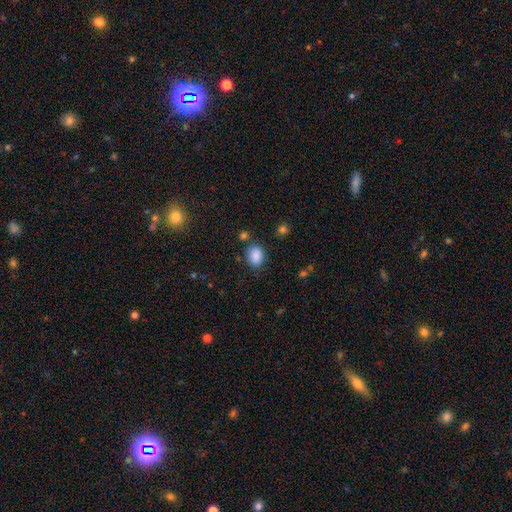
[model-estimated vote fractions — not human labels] A smooth galaxy with no disk features (87%) that is in between round and cigar-shaped (69%).

Vote fractions:
- Smooth or featured? smooth: 87% / star or artifact: 9% / featured or disk: 4%
- How rounded? in between: 69% / round: 30% / cigar-shaped: 1%
- Merging? none: 77% / minor disturbance: 14% / merger: 5% / major disturbance: 4%